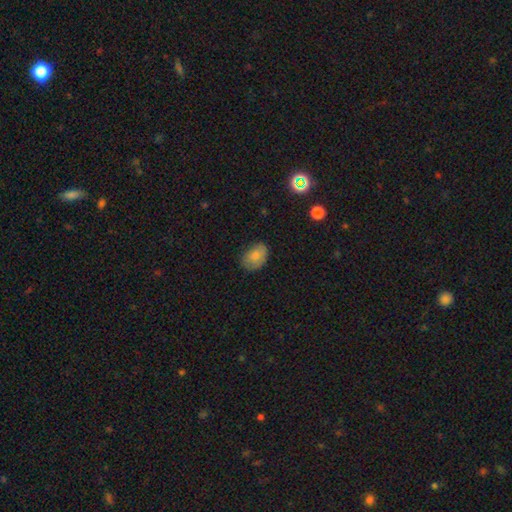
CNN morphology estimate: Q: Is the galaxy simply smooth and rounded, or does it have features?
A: smooth — 78%.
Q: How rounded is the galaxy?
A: in between — 77%.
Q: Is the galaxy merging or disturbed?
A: none — 74%.